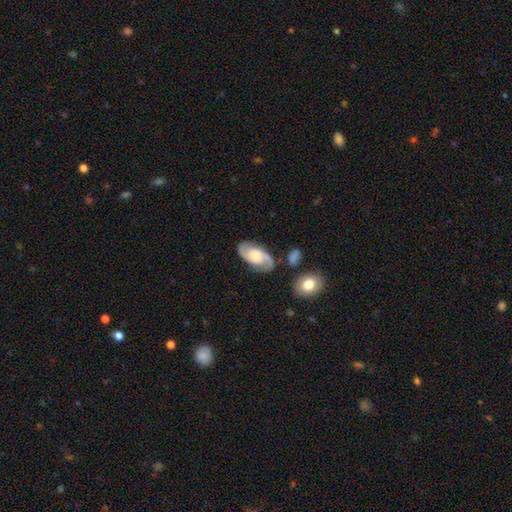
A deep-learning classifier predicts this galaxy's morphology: smooth-or-featured: featured or disk: 78% | smooth: 16% | star or artifact: 6%
  disk-edge-on: no: 96% | yes: 4%
    bar: no: 64% | weak: 30% | strong: 7%
    has-spiral-arms: yes: 96% | no: 4%
      spiral-winding: medium: 50% | tight: 31% | loose: 19%
      spiral-arm-count: 2: 90% | can't tell: 5% | 3: 2% | 1: 2% | 4: 1% | more than 4: 1%
    bulge-size: moderate: 45% | small: 41% | large: 7% | none: 5% | dominant: 2%
  merging: none: 77% | minor disturbance: 14% | major disturbance: 5% | merger: 4%